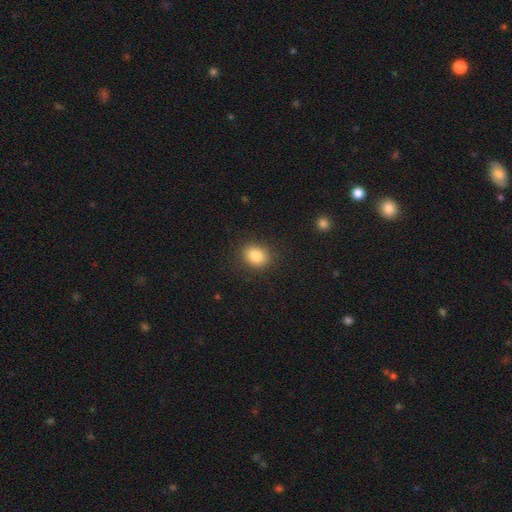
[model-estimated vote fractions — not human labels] Overall: smooth (86%). How rounded: round (51%; in between 48%). Merging: none (86%).